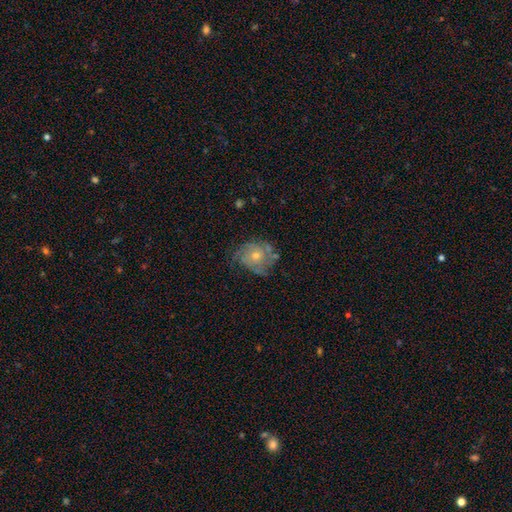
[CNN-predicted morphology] This appears to be a featured or disk galaxy (65%) with no bar (84%), spiral arms (79%) and a moderate central bulge (52%). Merging: none (61%).